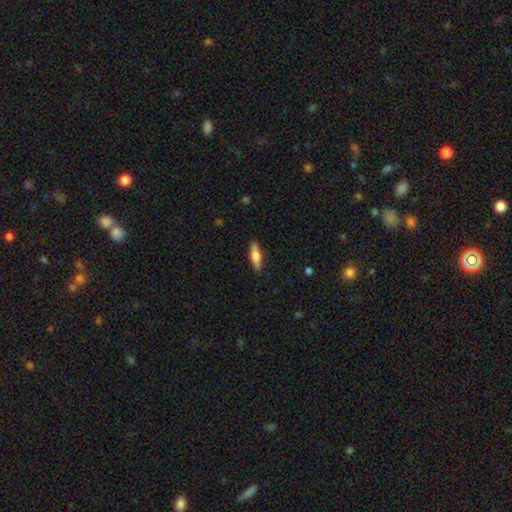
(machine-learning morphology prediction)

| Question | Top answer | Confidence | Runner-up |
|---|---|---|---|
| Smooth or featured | smooth | 58% | featured or disk (35%) |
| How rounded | cigar-shaped | 57% | in between (40%) |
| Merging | none | 88% | minor disturbance (9%) |